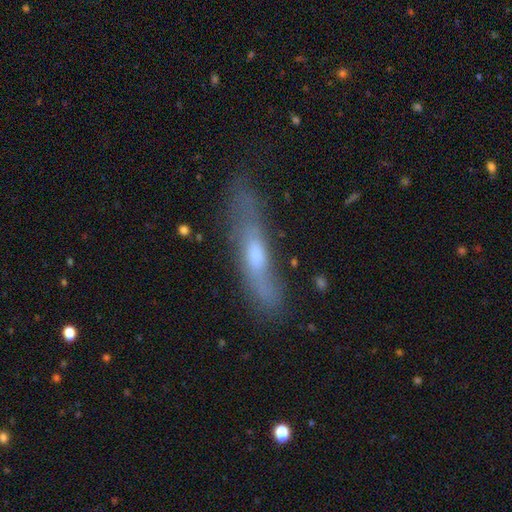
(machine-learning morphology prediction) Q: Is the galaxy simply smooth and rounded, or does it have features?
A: featured or disk — 48%.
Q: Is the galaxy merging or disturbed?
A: none — 62%.